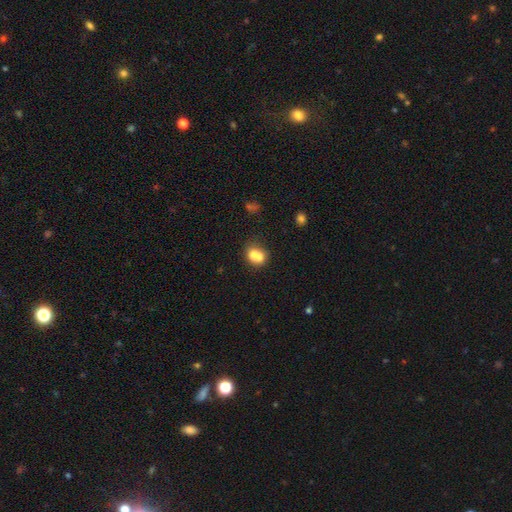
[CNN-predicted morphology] smooth 70%, featured or disk 20%, star or artifact 10%. Down the decision tree: how rounded — round (64%); merging — merger (64%).